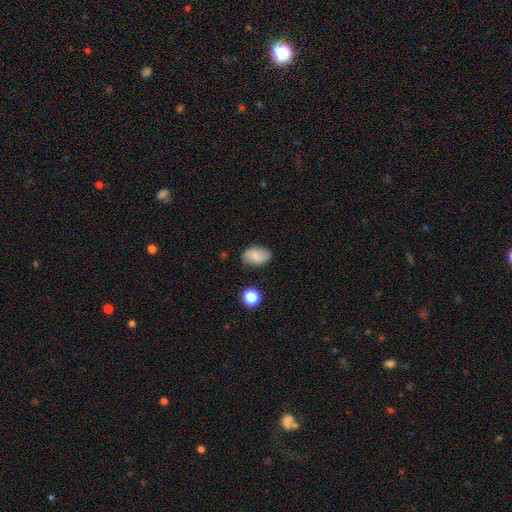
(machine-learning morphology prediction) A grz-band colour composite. It shows a smooth galaxy with no disk features (69%) that is in between round and cigar-shaped (87%). Merging: none (79%).